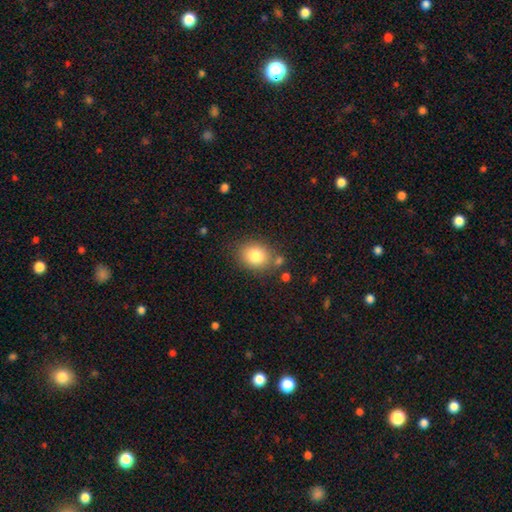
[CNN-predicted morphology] Smooth or featured? Predicted: smooth (p=0.82). How rounded? Predicted: round (p=0.51). Merging? Predicted: none (p=0.76).